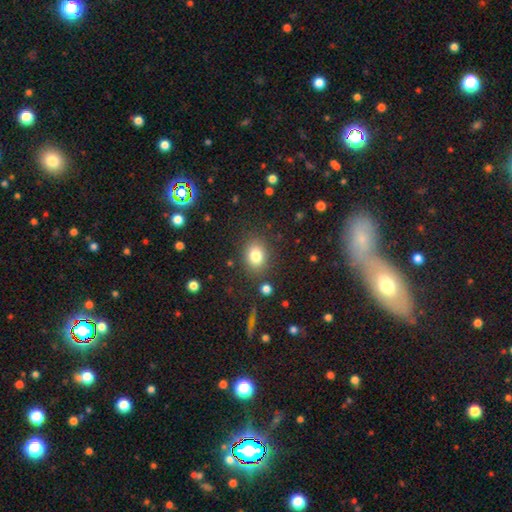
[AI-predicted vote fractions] smooth-or-featured: smooth: 80% | star or artifact: 12% | featured or disk: 9%
  how-rounded: in between: 54% | round: 45% | cigar-shaped: 1%
  merging: none: 84% | minor disturbance: 10% | major disturbance: 4% | merger: 3%